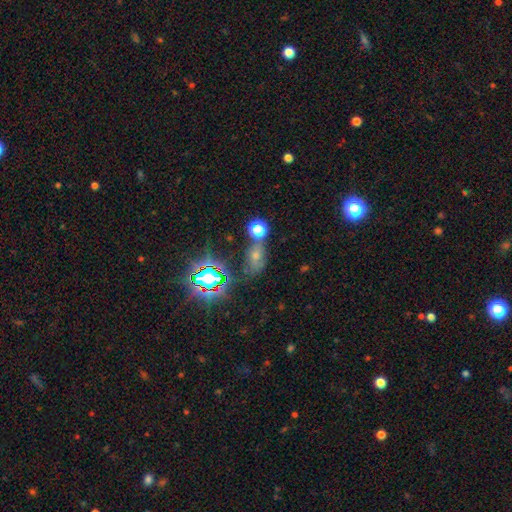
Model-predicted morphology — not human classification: Smooth or featured?
  - smooth: 44% *
  - star or artifact: 38%
  - featured or disk: 17%
Merging?
  - none: 55% *
  - minor disturbance: 19%
  - merger: 17%
  - major disturbance: 10%